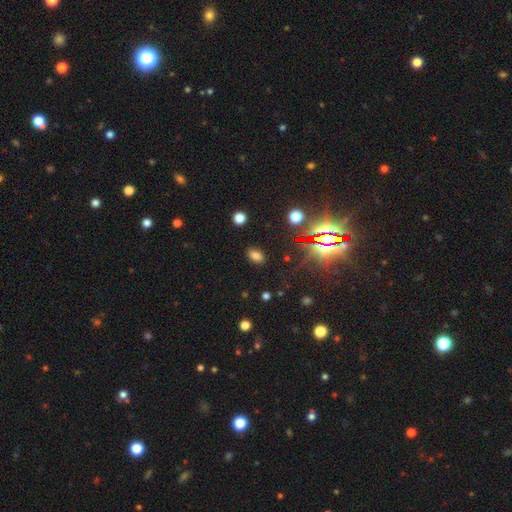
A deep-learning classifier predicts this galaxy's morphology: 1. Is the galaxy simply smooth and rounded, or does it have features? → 71% smooth, 23% star or artifact, 7% featured or disk.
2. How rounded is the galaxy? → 86% in between, 12% round, 2% cigar-shaped.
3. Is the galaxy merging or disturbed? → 86% none, 9% minor disturbance, 3% major disturbance, 2% merger.